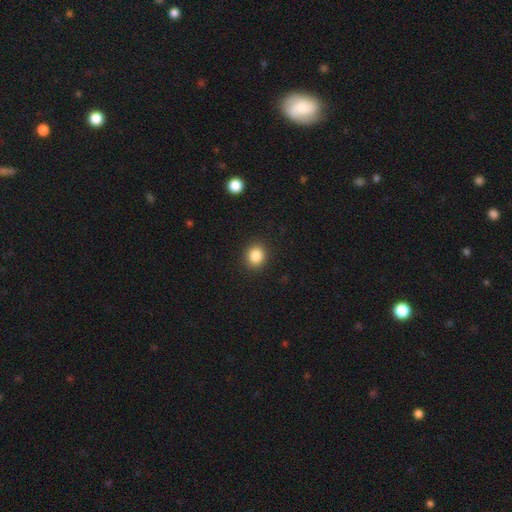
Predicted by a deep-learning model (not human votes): Smooth or featured? Predicted: smooth (p=0.85). How rounded? Predicted: round (p=0.79). Merging? Predicted: none (p=0.91).